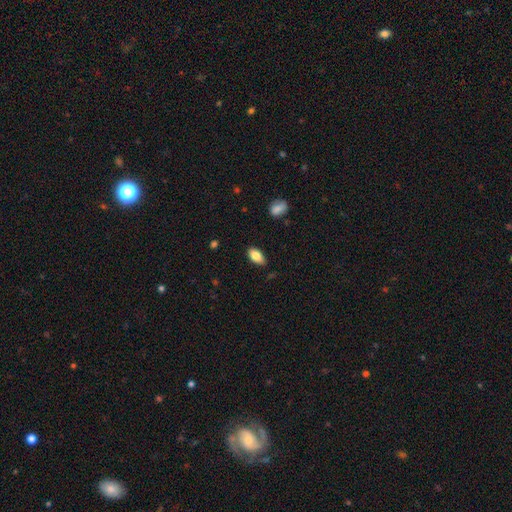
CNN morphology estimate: Smooth or featured? Predicted: smooth (p=0.83). How rounded? Predicted: in between (p=0.92). Merging? Predicted: none (p=0.85).